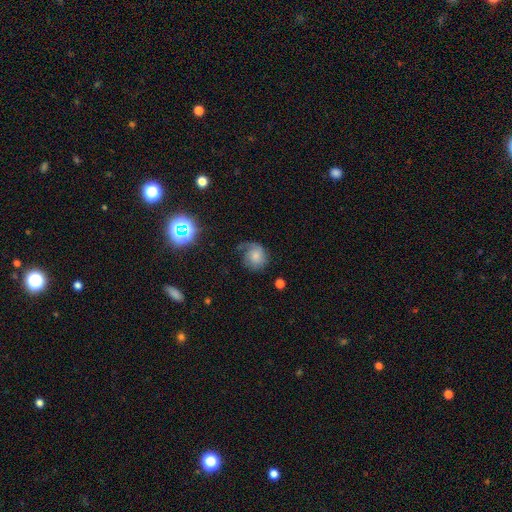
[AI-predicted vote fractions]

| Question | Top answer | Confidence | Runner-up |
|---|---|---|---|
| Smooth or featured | smooth | 49% | featured or disk (40%) |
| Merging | none | 48% | minor disturbance (27%) |